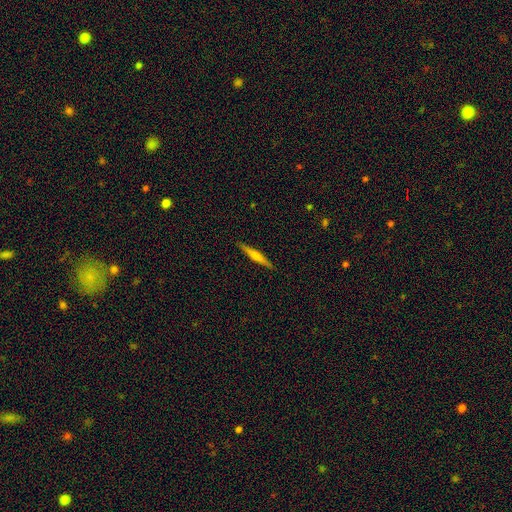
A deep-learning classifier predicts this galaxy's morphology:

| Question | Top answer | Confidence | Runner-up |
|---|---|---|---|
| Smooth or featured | featured or disk | 49% | smooth (44%) |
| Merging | none | 91% | minor disturbance (6%) |